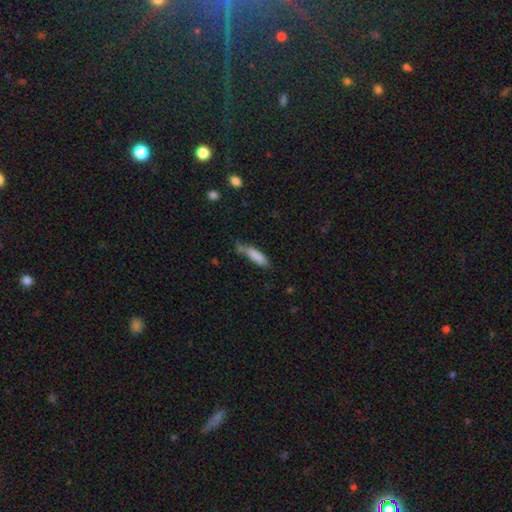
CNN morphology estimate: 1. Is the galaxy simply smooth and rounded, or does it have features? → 83% smooth, 9% featured or disk, 7% star or artifact.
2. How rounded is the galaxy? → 62% cigar-shaped, 36% in between, 2% round.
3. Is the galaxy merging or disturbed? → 53% none, 30% minor disturbance, 9% major disturbance, 8% merger.